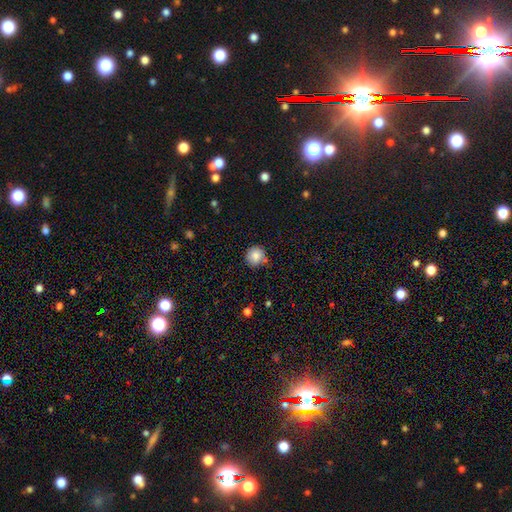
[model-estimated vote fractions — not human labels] Smooth or featured?
  - smooth: 85% *
  - star or artifact: 9%
  - featured or disk: 6%
How rounded?
  - round: 91% *
  - in between: 8%
  - cigar-shaped: 1%
Merging?
  - none: 78% *
  - minor disturbance: 15%
  - merger: 5%
  - major disturbance: 3%